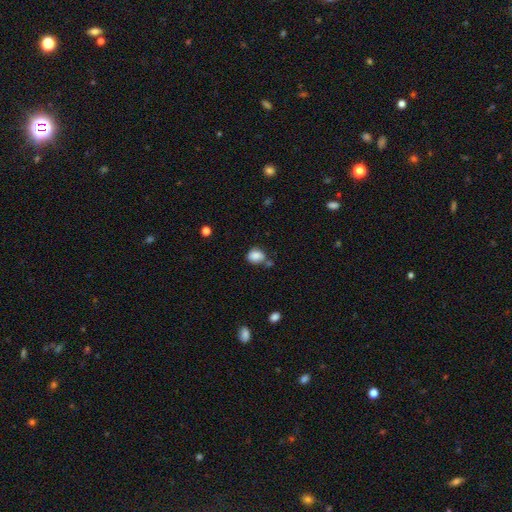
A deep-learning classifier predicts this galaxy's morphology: Smooth or featured? smooth (85%)
How rounded? in between (53%)
Merging? none (62%)